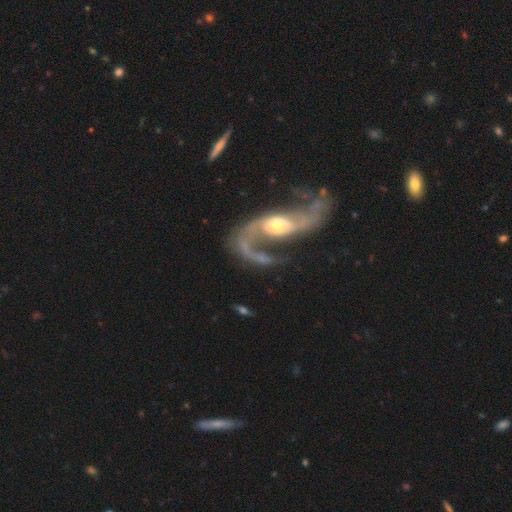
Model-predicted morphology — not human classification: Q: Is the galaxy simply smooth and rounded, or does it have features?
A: featured or disk — 90%.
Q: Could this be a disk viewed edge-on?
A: no — 96%.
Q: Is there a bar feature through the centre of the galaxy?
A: no — 45%.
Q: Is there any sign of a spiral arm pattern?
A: yes — 96%.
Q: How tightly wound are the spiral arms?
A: loose — 67%.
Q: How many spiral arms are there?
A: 2 — 91%.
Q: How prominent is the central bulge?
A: moderate — 56%.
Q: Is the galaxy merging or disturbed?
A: none — 56%.